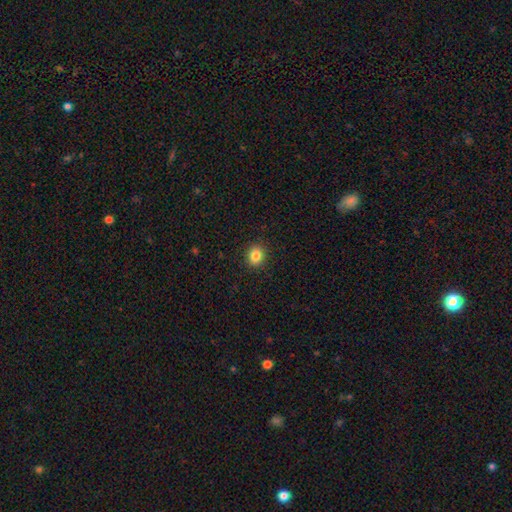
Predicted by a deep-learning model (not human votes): smooth_or_featured: smooth (p=0.84) [alt: star or artifact p=0.10]
how_rounded: round (p=0.70) [alt: in between p=0.29]
merging: none (p=0.91) [alt: minor disturbance p=0.06]